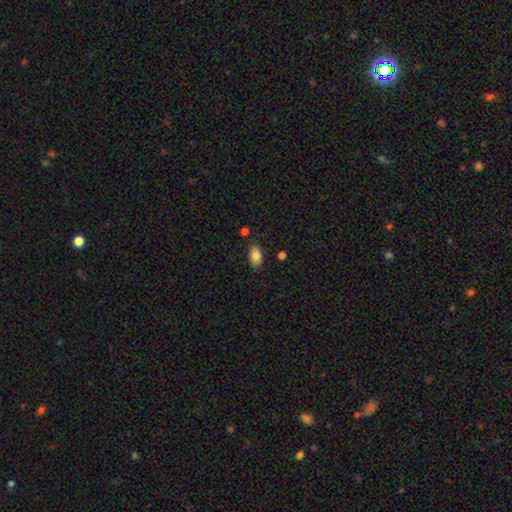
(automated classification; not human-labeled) Morphology: type=smooth (82%); roundness=in between (92%); merging=none (81%).